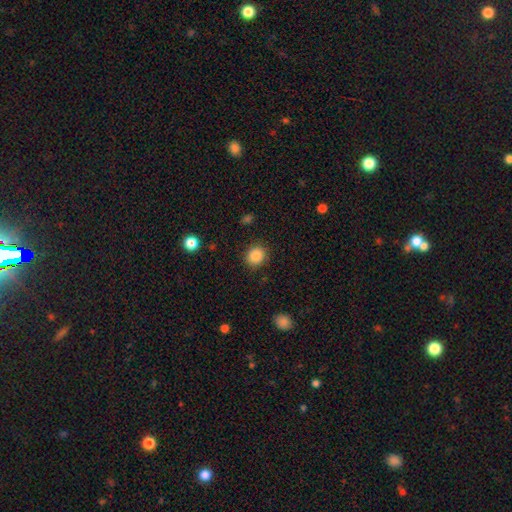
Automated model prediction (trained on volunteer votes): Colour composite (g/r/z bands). It shows a smooth galaxy with no disk features (86%) that is round (78%). Merging: none (88%).